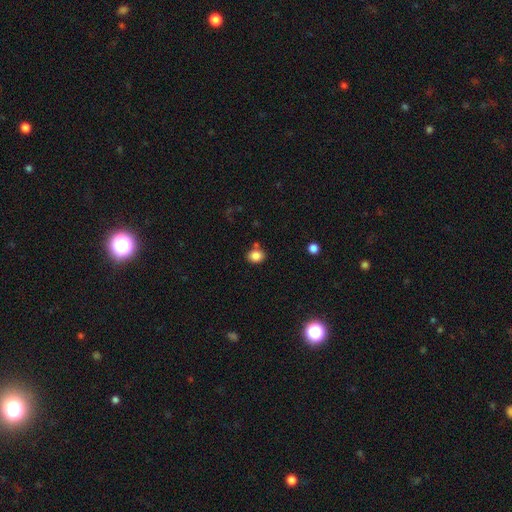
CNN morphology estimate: A smooth galaxy with no disk features (84%) that is round (60%).

Vote fractions:
- Smooth or featured? smooth: 84% / star or artifact: 11% / featured or disk: 5%
- How rounded? round: 60% / in between: 39% / cigar-shaped: 1%
- Merging? none: 76% / minor disturbance: 11% / merger: 10% / major disturbance: 3%